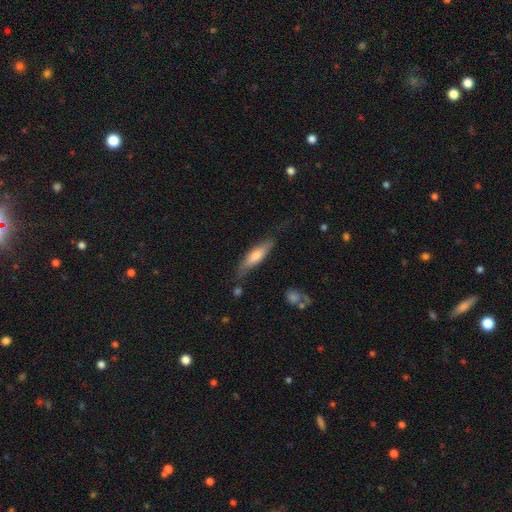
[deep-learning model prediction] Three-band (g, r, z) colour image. It shows a smooth galaxy with no disk features (58%) that is cigar-shaped (72%). Merging: none (70%).